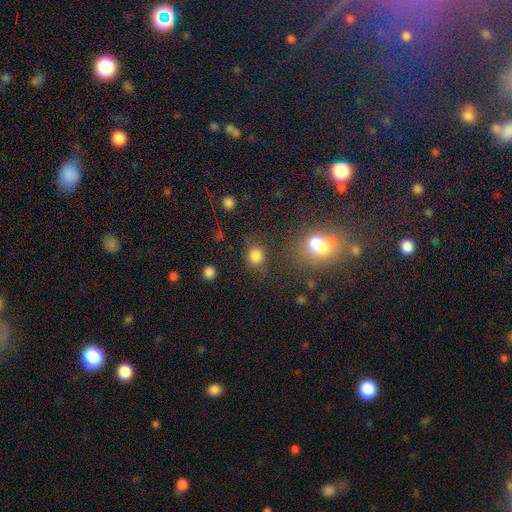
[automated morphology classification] smooth-or-featured: smooth: 82% | star or artifact: 13% | featured or disk: 5%
  how-rounded: round: 75% | in between: 24% | cigar-shaped: 1%
  merging: none: 77% | minor disturbance: 12% | merger: 6% | major disturbance: 5%